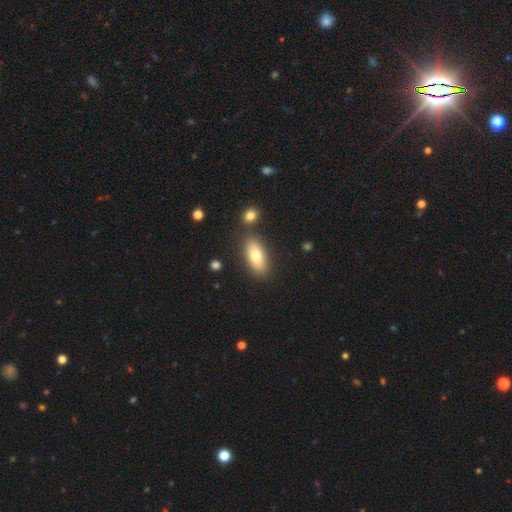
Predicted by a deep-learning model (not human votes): Morphology: type=smooth (74%); roundness=in between (86%); merging=none (81%).